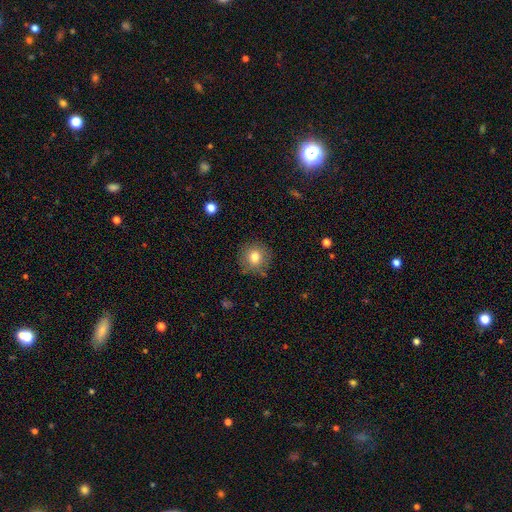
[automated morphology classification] Q: Smooth or featured?
A: smooth (78%); runner-up: star or artifact (11%)
Q: How rounded?
A: round (94%); runner-up: in between (5%)
Q: Merging?
A: none (86%); runner-up: minor disturbance (10%)